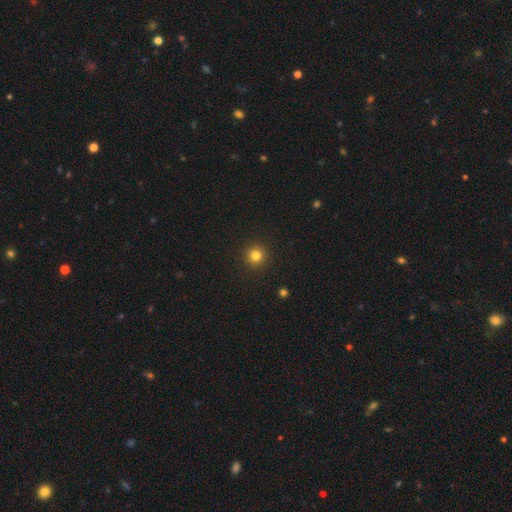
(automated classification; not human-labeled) This appears to be a smooth galaxy with no disk features (81%) that is round (96%). Merging: none (93%).